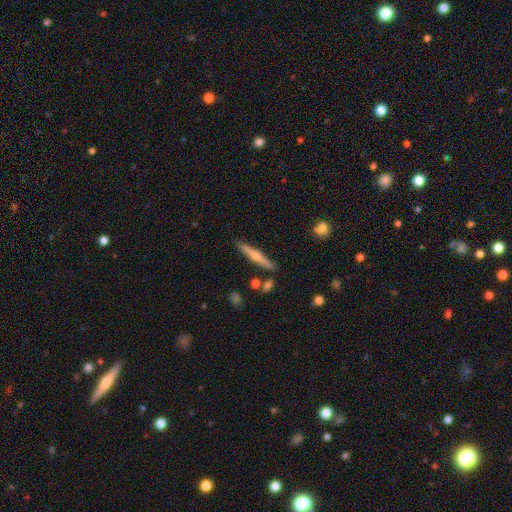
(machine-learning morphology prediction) smooth 52%, featured or disk 41%, star or artifact 6%. Down the decision tree: how rounded — cigar-shaped (92%); merging — none (86%).